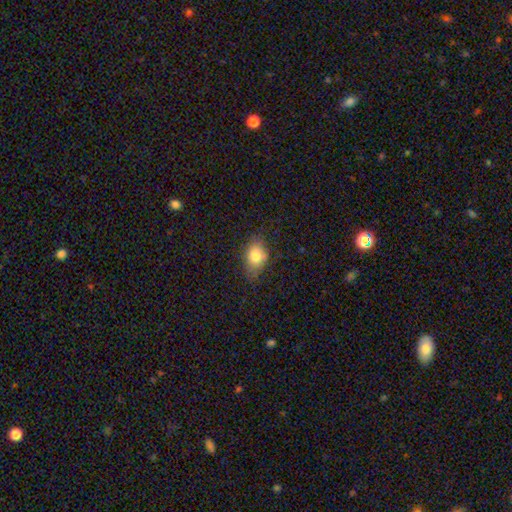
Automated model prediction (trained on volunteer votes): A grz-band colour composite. It shows a smooth galaxy with no disk features (80%) that is in between round and cigar-shaped (74%). Merging: none (71%).